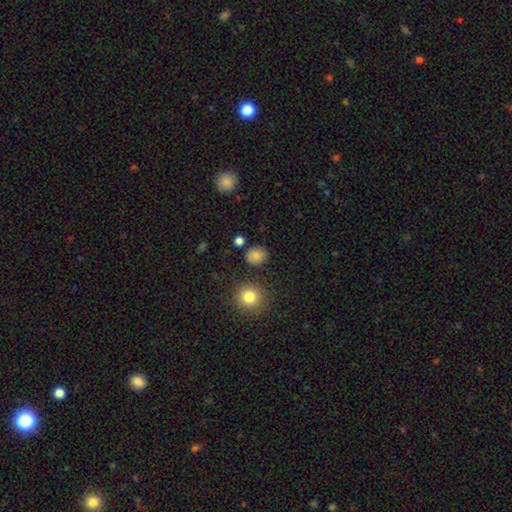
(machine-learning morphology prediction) smooth-or-featured: smooth: 83% | star or artifact: 12% | featured or disk: 5%
  how-rounded: round: 81% | in between: 18% | cigar-shaped: 1%
  merging: none: 85% | minor disturbance: 9% | merger: 4% | major disturbance: 3%